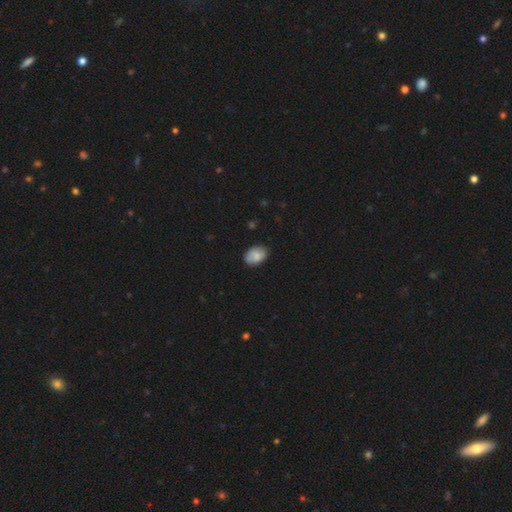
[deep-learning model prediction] The model was most divided on "smooth or featured": smooth: 76%, featured or disk: 16%, star or artifact: 7%. More confident: how rounded — in between (86%); merging — none (79%).